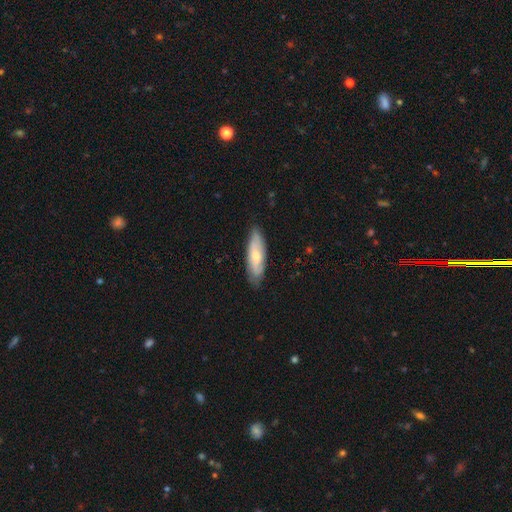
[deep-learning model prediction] This is possibly a smooth galaxy (55%). How rounded: possibly in between (54%). Merging: likely none (79%).